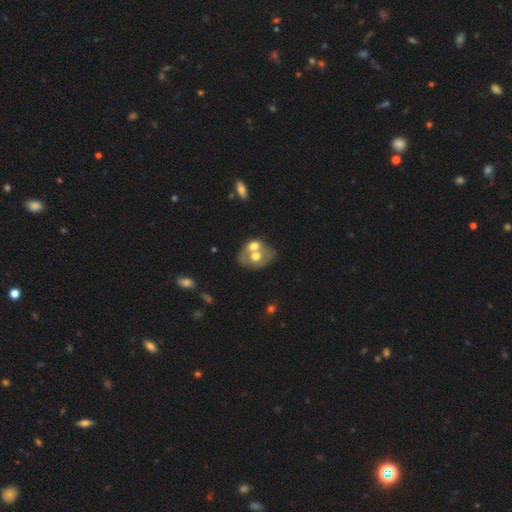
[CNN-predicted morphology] Smooth or featured: smooth — 47% (featured or disk — 45%)
Merging: merger — 50% (none — 35%)